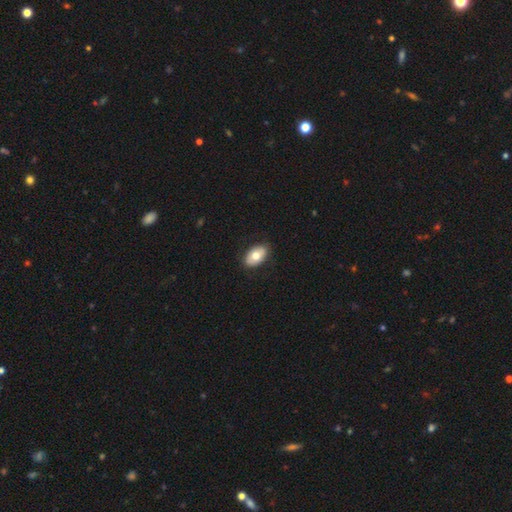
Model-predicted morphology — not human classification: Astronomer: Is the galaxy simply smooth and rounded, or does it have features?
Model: smooth — 75%.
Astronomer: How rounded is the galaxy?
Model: in between — 93%.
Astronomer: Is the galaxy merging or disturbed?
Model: none — 88%.